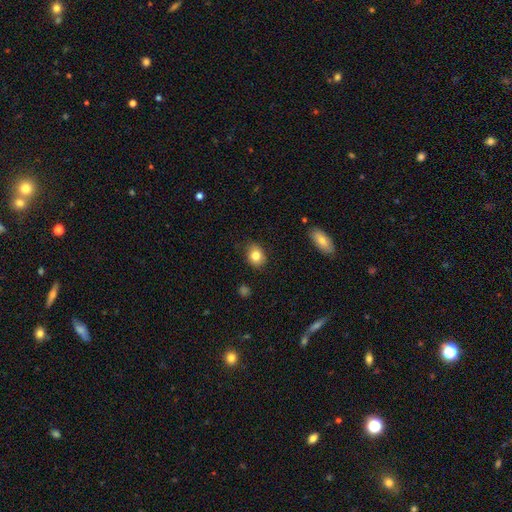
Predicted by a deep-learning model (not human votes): Q: Smooth or featured?
A: smooth (82%); runner-up: star or artifact (9%)
Q: How rounded?
A: in between (55%); runner-up: round (44%)
Q: Merging?
A: none (85%); runner-up: minor disturbance (11%)